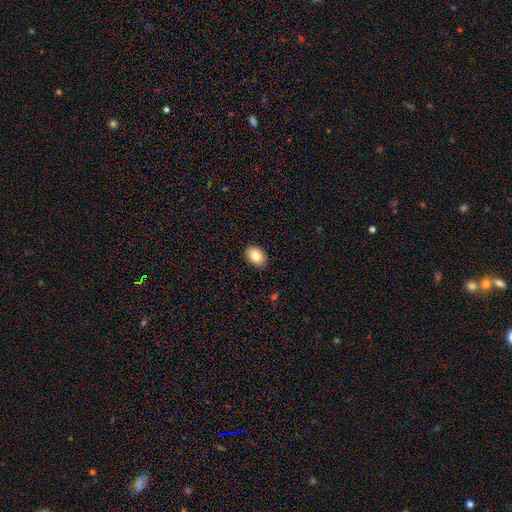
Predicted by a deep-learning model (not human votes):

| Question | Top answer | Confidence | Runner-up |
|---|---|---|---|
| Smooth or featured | smooth | 82% | featured or disk (9%) |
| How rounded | in between | 74% | round (25%) |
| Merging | none | 90% | minor disturbance (7%) |